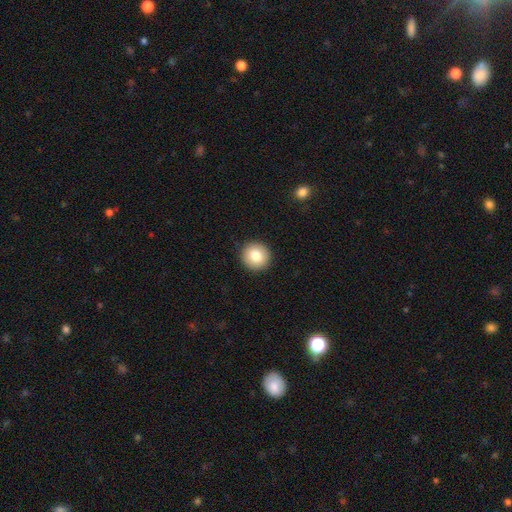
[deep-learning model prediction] Smooth or featured: smooth — 81% (featured or disk — 10%)
How rounded: round — 94% (in between — 5%)
Merging: none — 92% (minor disturbance — 5%)